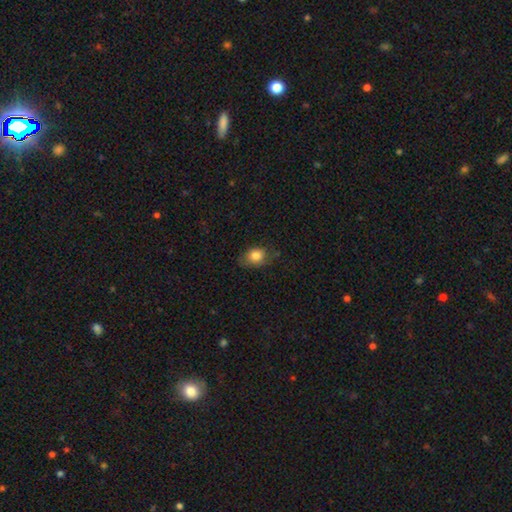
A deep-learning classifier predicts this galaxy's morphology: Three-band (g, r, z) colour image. It shows a smooth galaxy with no disk features (82%) that is in between round and cigar-shaped (64%). Merging: none (66%).